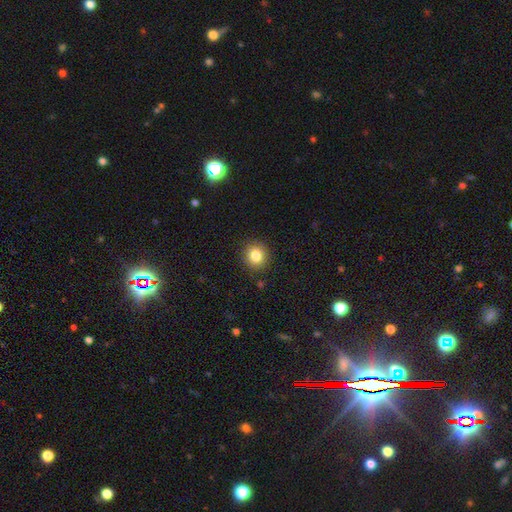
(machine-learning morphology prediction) The model was most divided on "smooth or featured": smooth: 83%, star or artifact: 11%, featured or disk: 7%. More confident: merging — none (90%); how rounded — round (89%).